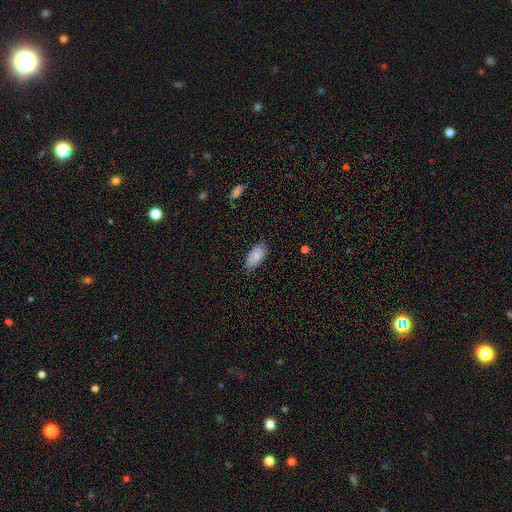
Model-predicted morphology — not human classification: smooth 84%, featured or disk 9%, star or artifact 7%. Down the decision tree: how rounded — in between (93%); merging — none (74%).